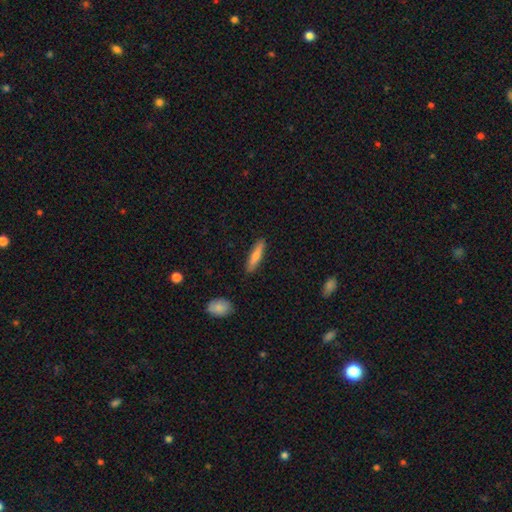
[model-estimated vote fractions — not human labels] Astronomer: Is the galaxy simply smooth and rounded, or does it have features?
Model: smooth — 74%.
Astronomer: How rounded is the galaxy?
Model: cigar-shaped — 82%.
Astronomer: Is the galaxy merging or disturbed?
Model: none — 88%.